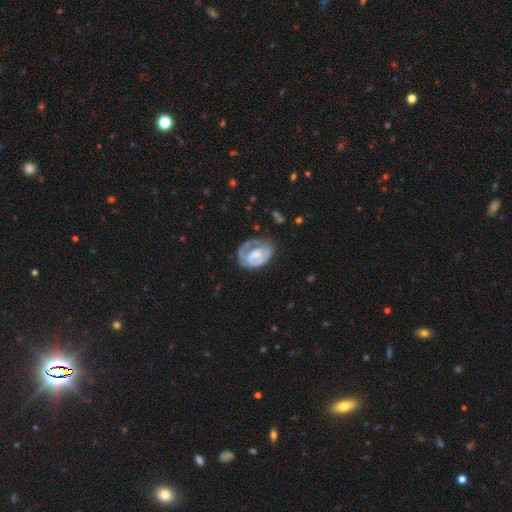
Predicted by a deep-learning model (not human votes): A featured or disk galaxy (56%) with no bar (57%), no spiral arms (50%, tied with yes) and a moderate central bulge (34%). Merging: none (40%).